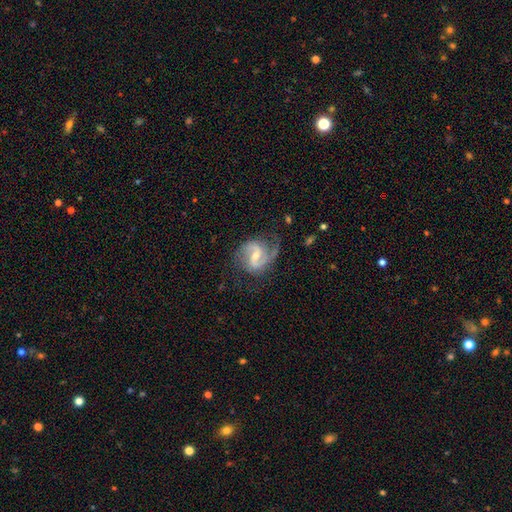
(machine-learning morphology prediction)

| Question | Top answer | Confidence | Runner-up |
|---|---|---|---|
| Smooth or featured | featured or disk | 87% | smooth (8%) |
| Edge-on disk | no | 98% | yes (2%) |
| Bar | weak | 56% | strong (23%) |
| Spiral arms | yes | 97% | no (3%) |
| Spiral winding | medium | 54% | loose (29%) |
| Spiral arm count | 2 | 88% | 1 (5%) |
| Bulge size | moderate | 48% | small (45%) |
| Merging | none | 65% | minor disturbance (22%) |